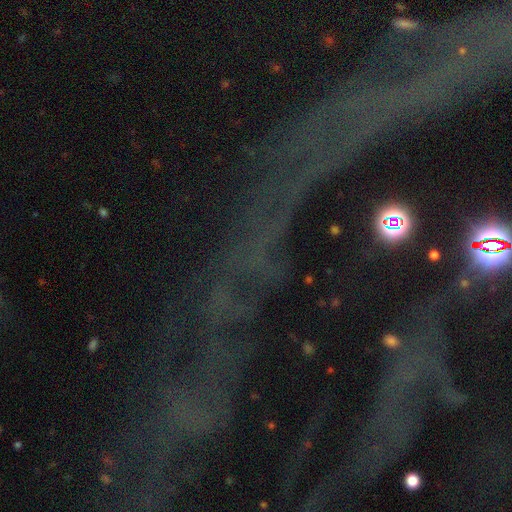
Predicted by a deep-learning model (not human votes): star or artifact 66%, featured or disk 19%, smooth 14%.